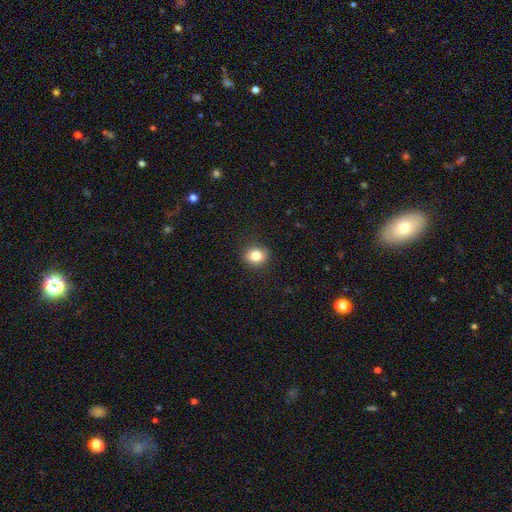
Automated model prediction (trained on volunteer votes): A smooth galaxy with no disk features (83%) that is round (68%). Merging: none (89%).